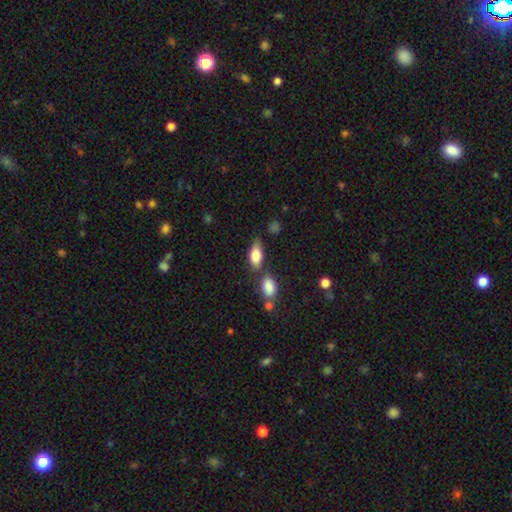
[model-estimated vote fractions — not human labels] Morphology: type=smooth (80%); roundness=in between (85%); merging=none (61%).